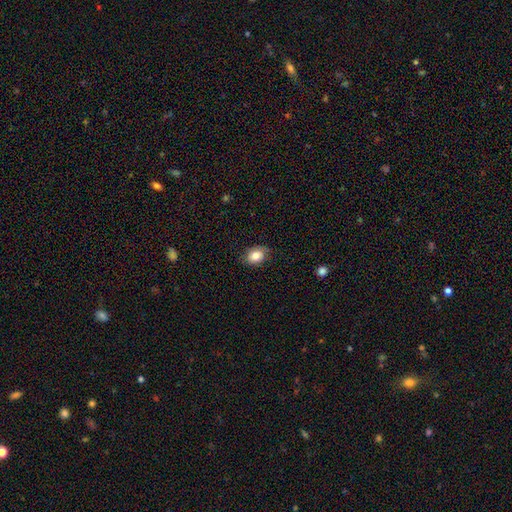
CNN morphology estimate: Overall: smooth (79%). How rounded: in between (68%; round 31%). Merging: none (76%).